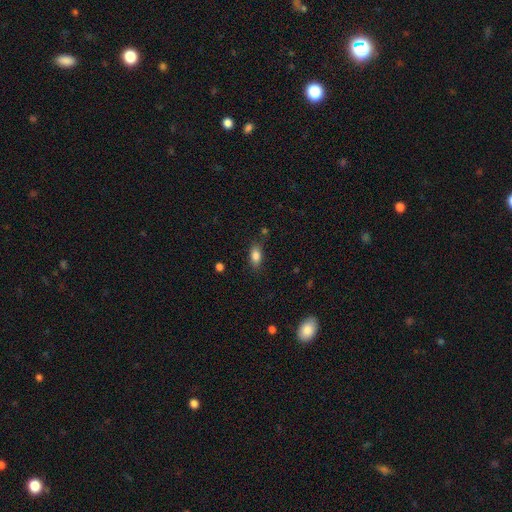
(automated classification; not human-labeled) Overall: smooth (84%). How rounded: in between (85%). Merging: none (78%).